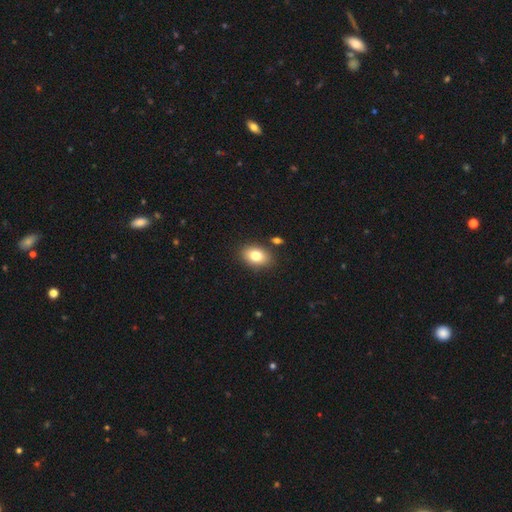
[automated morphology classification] Smooth or featured? Predicted: smooth (p=0.80). How rounded? Predicted: in between (p=0.80). Merging? Predicted: none (p=0.84).